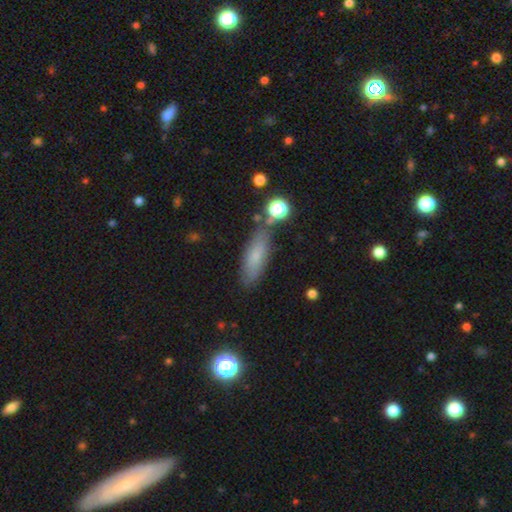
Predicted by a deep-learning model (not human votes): Smooth or featured? smooth (72%)
How rounded? in between (54%)
Merging? none (74%)